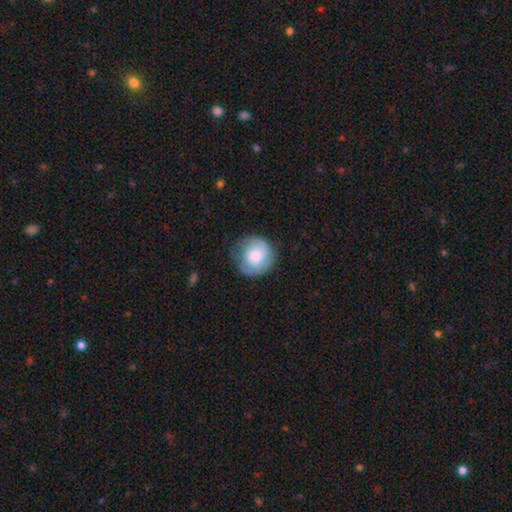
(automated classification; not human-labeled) Smooth or featured: smooth — 59% (featured or disk — 34%)
How rounded: round — 89% (in between — 11%)
Merging: none — 66% (minor disturbance — 23%)